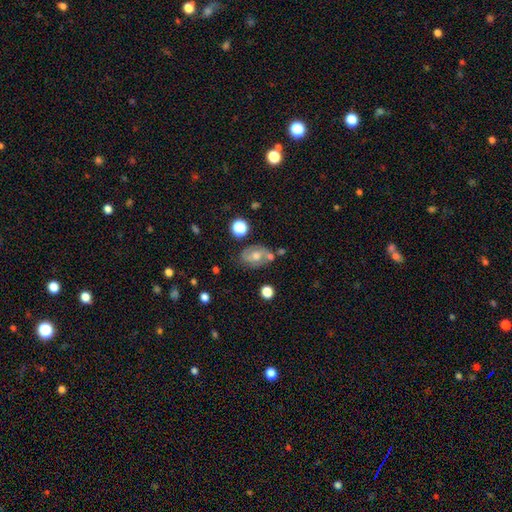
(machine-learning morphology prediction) A featured or disk galaxy (45%). Merging: none (63%).